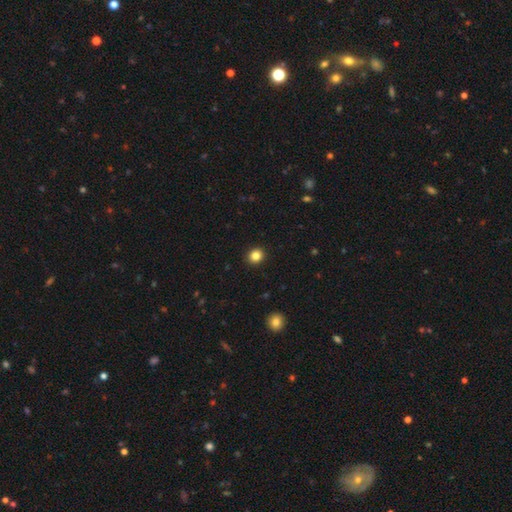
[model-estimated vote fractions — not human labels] smooth 84%, star or artifact 11%, featured or disk 5%. Down the decision tree: how rounded — round (80%); merging — none (93%).